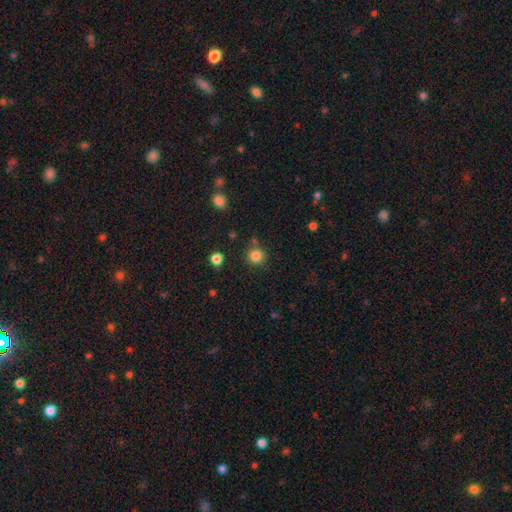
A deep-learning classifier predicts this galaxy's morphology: The model was most divided on "smooth or featured": smooth: 83%, star or artifact: 12%, featured or disk: 5%. More confident: how rounded — round (93%); merging — none (82%).